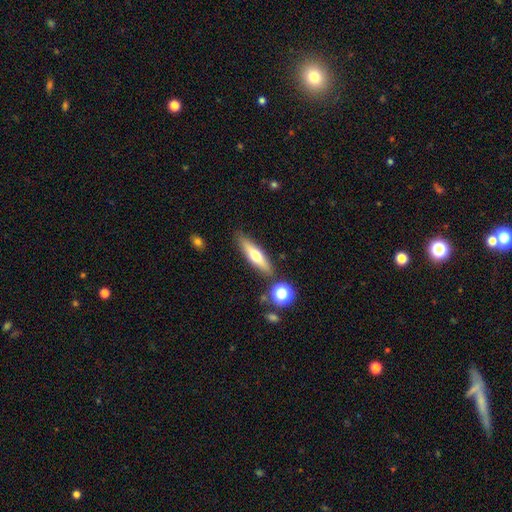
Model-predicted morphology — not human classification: smooth_or_featured: smooth (p=0.53) [alt: featured or disk p=0.40]
how_rounded: cigar-shaped (p=0.70) [alt: in between p=0.28]
merging: none (p=0.83) [alt: minor disturbance p=0.10]